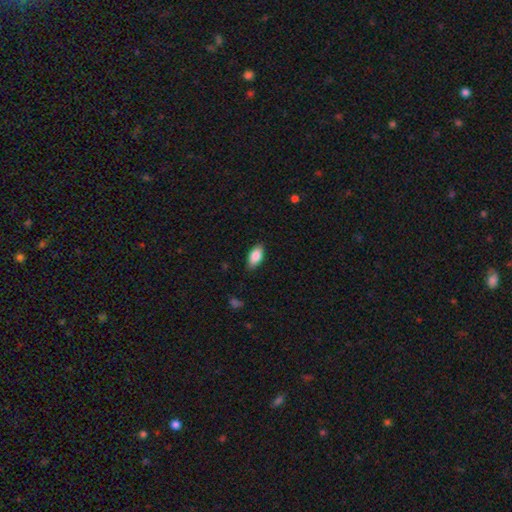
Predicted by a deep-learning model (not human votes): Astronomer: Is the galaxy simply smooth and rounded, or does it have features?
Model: smooth — 86%.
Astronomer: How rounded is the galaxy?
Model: in between — 91%.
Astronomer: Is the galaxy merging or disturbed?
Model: none — 84%.